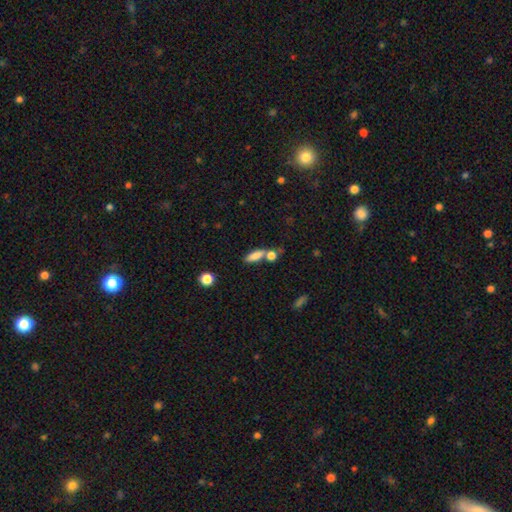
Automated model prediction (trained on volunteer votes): smooth 80%, featured or disk 12%, star or artifact 9%. Down the decision tree: how rounded — in between (58%); merging — none (51%).